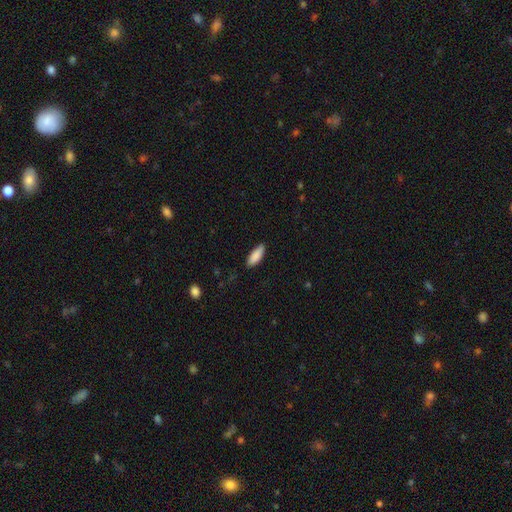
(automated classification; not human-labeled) A smooth galaxy with no disk features (88%) that is in between round and cigar-shaped (67%).

Vote fractions:
- Smooth or featured? smooth: 88% / featured or disk: 6% / star or artifact: 6%
- How rounded? in between: 67% / cigar-shaped: 31% / round: 2%
- Merging? none: 83% / minor disturbance: 14% / major disturbance: 2% / merger: 1%